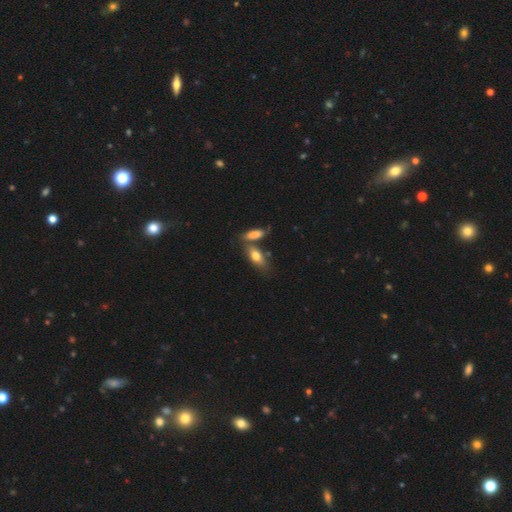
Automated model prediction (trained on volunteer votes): Overall: smooth (74%). How rounded: in between (80%). Merging: none (52%; merger 31%).